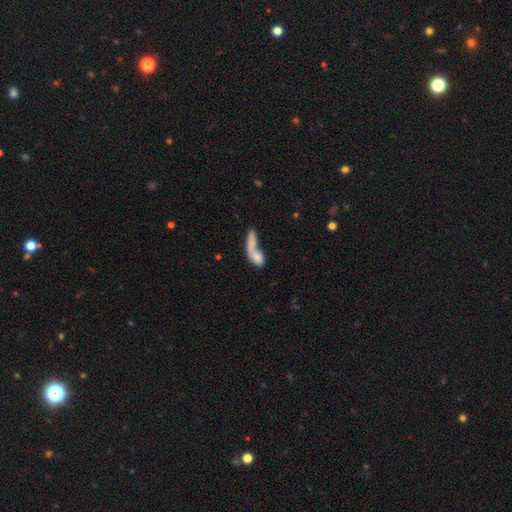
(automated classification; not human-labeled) A smooth galaxy with no disk features (66%) that is in between round and cigar-shaped (55%). Merging: merger (57%).